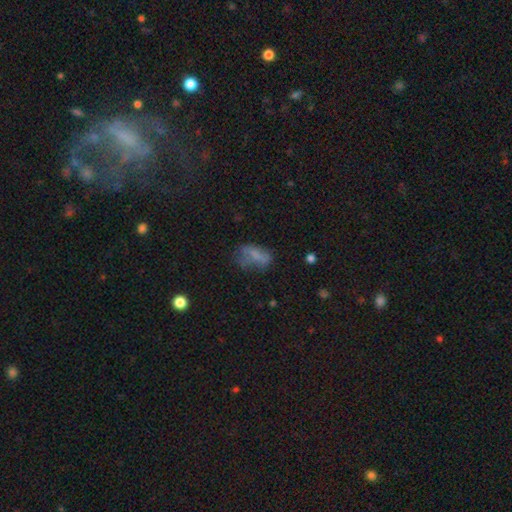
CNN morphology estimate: Smooth or featured? smooth (60%)
How rounded? in between (84%)
Merging? none (41%)